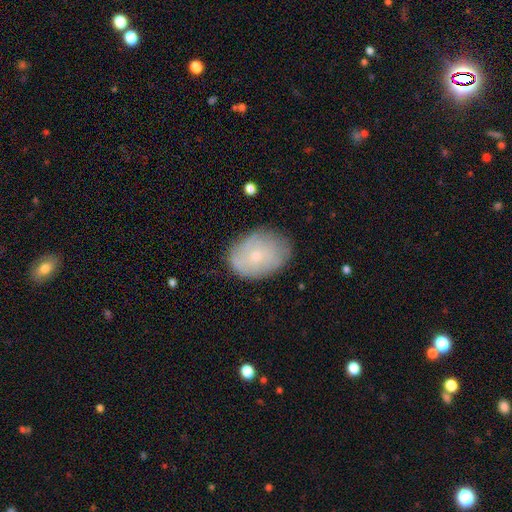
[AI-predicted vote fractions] The model was most divided on "smooth or featured": smooth: 60%, featured or disk: 32%, star or artifact: 8%. More confident: how rounded — in between (77%); merging — none (75%).